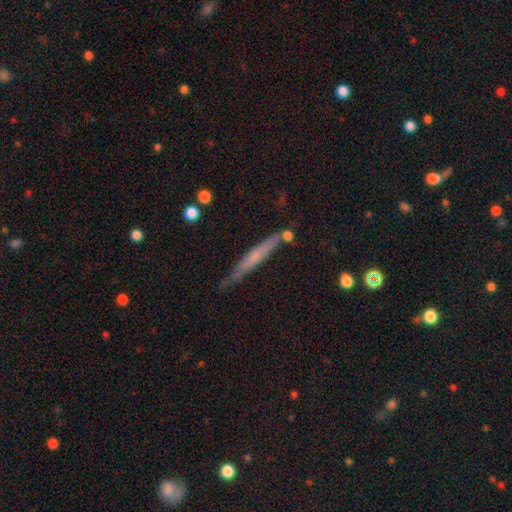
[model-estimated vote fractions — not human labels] Smooth or featured? smooth (47%)
Merging? none (72%)